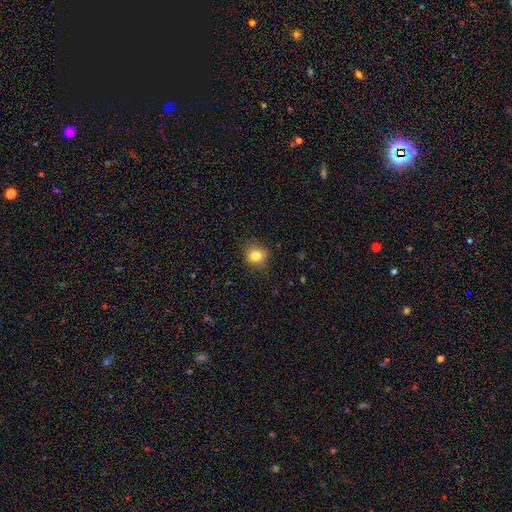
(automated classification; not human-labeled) A smooth galaxy with no disk features (82%) that is round (81%). Merging: none (83%).